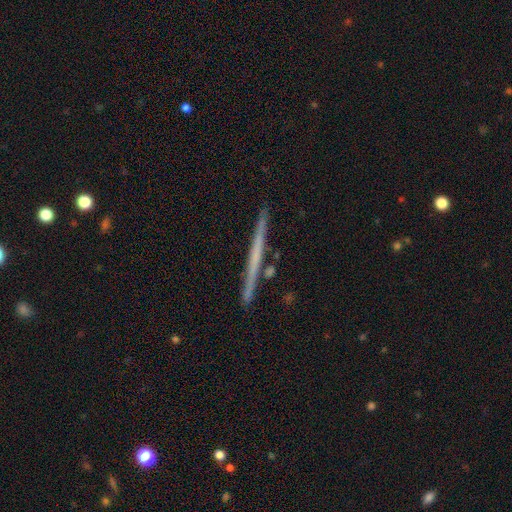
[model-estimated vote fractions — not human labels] featured or disk 56%, smooth 38%, star or artifact 6%. Down the decision tree: edge-on disk — yes (98%); edge-on bulge — none (90%); merging — none (91%).